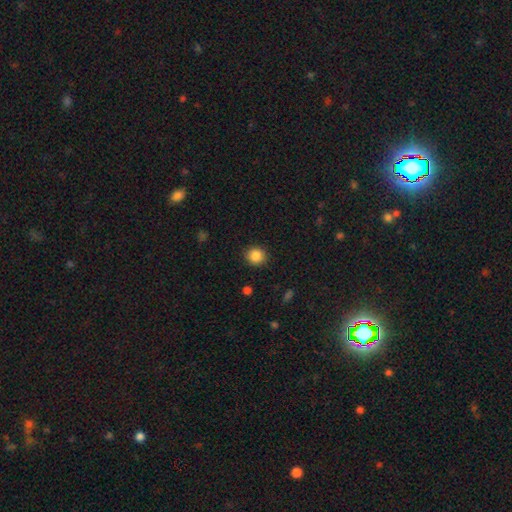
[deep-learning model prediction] A smooth galaxy with no disk features (86%) that is round (88%).

Vote fractions:
- Smooth or featured? smooth: 86% / star or artifact: 10% / featured or disk: 4%
- How rounded? round: 88% / in between: 11% / cigar-shaped: 1%
- Merging? none: 91% / minor disturbance: 6% / major disturbance: 2% / merger: 1%